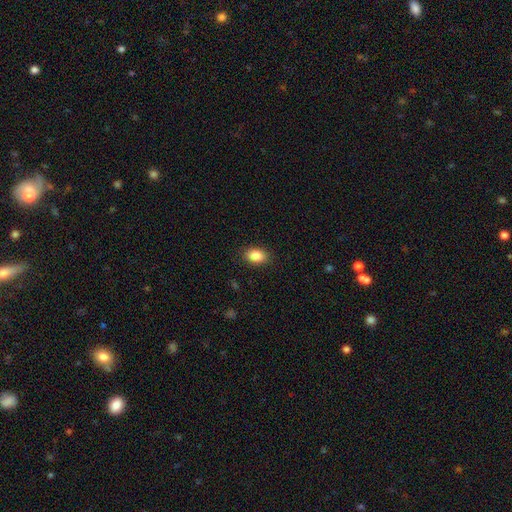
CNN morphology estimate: This appears to be a smooth galaxy with no disk features (88%) that is in between round and cigar-shaped (83%). Merging: none (87%).